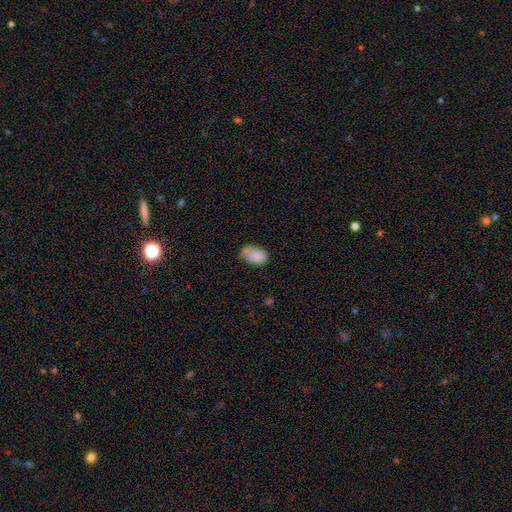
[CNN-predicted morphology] smooth-or-featured: smooth: 85% | star or artifact: 8% | featured or disk: 7%
  how-rounded: in between: 89% | round: 10% | cigar-shaped: 1%
  merging: none: 54% | minor disturbance: 33% | major disturbance: 7% | merger: 6%